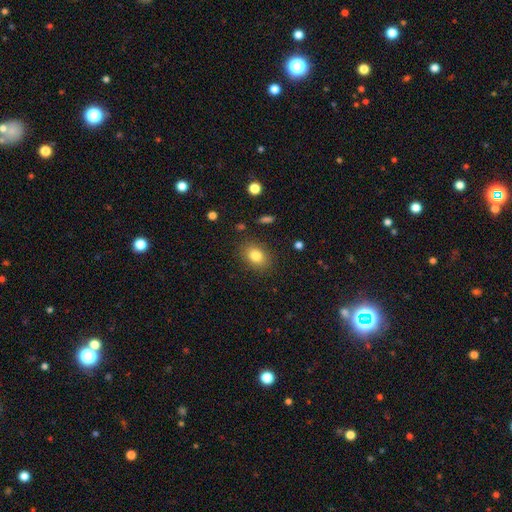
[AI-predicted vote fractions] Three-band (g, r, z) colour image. It shows a smooth galaxy with no disk features (82%) that is in between round and cigar-shaped (67%). Merging: none (85%).